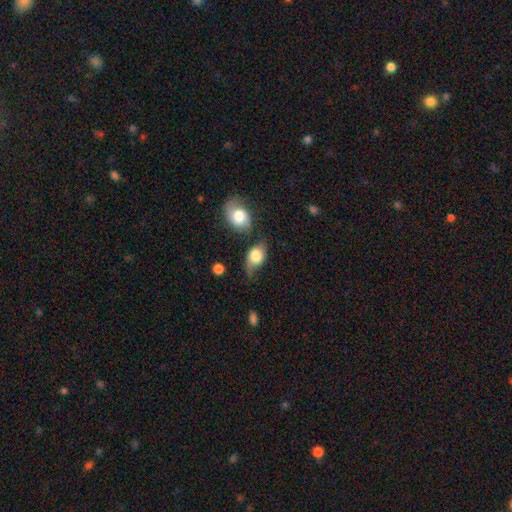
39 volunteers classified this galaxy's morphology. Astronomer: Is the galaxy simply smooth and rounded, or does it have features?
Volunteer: smooth — 69%.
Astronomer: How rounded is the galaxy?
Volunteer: in between — 70%.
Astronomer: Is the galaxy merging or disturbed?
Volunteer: major disturbance — 36% (runner-up: none, 33%).